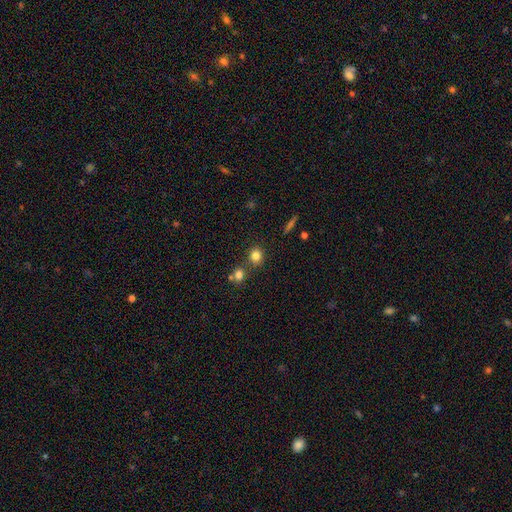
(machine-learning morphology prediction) smooth-or-featured: smooth: 81% | star or artifact: 12% | featured or disk: 6%
  how-rounded: round: 85% | in between: 14% | cigar-shaped: 1%
  merging: none: 72% | merger: 17% | minor disturbance: 8% | major disturbance: 3%